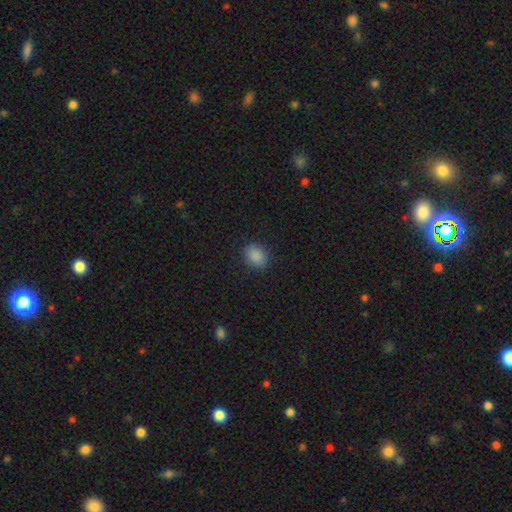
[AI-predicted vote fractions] Smooth or featured? Predicted: smooth (p=0.87). How rounded? Predicted: round (p=0.56). Merging? Predicted: none (p=0.87).